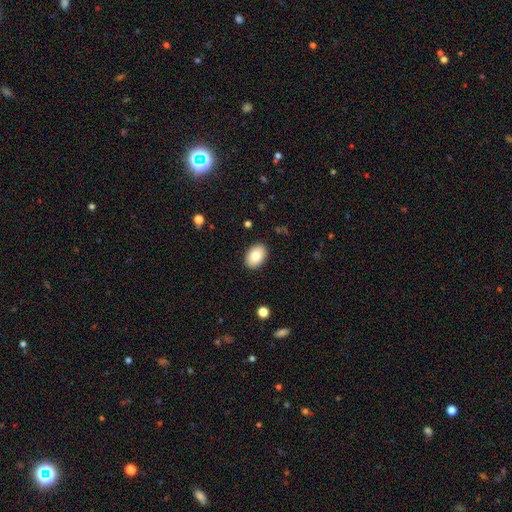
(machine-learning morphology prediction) This is clearly a smooth galaxy (82%). How rounded: clearly in between (87%). Merging: clearly none (89%).